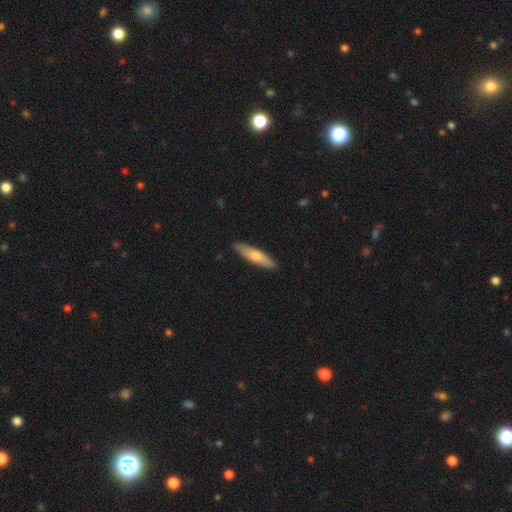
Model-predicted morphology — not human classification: Q: Smooth or featured?
A: smooth (64%); runner-up: featured or disk (31%)
Q: How rounded?
A: cigar-shaped (80%); runner-up: in between (18%)
Q: Merging?
A: none (90%); runner-up: minor disturbance (8%)